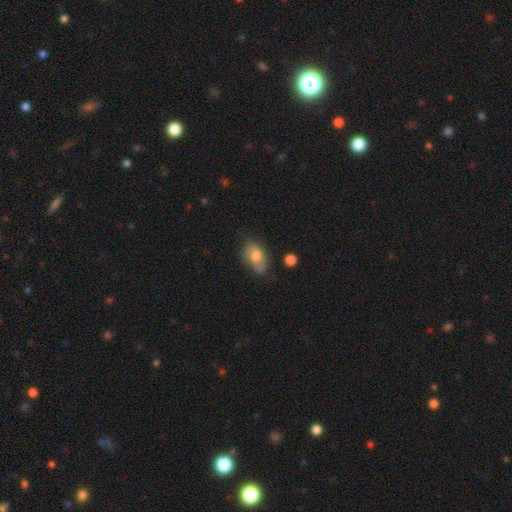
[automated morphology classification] This appears to be a smooth galaxy with no disk features (67%) that is in between round and cigar-shaped (83%). Merging: none (54%).